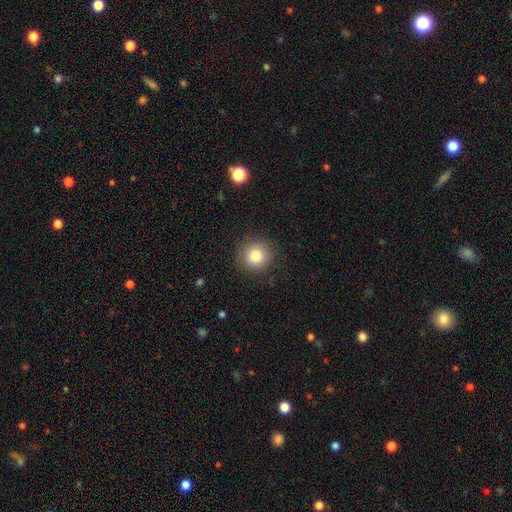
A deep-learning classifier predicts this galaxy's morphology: Overall: smooth (82%). How rounded: round (92%). Merging: none (88%).